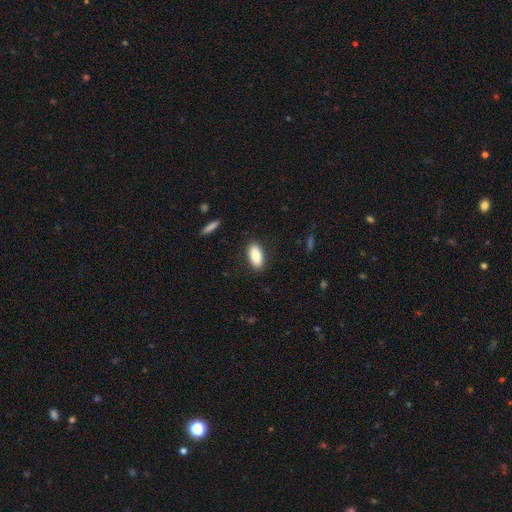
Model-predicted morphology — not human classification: A smooth galaxy with no disk features (86%) that is in between round and cigar-shaped (90%). Merging: none (88%).